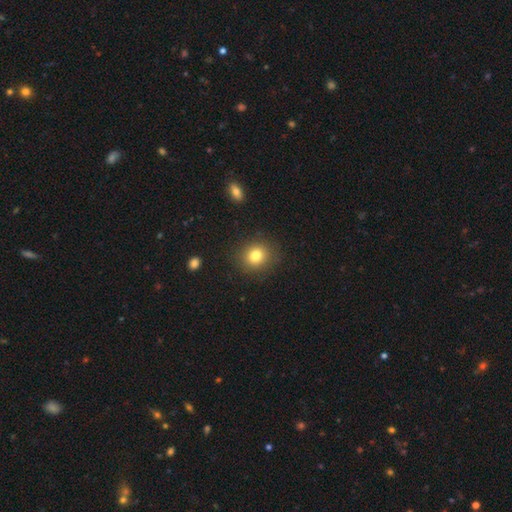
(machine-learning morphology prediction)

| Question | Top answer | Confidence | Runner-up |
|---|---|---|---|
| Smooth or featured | smooth | 80% | star or artifact (12%) |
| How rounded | round | 81% | in between (18%) |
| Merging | none | 88% | minor disturbance (8%) |